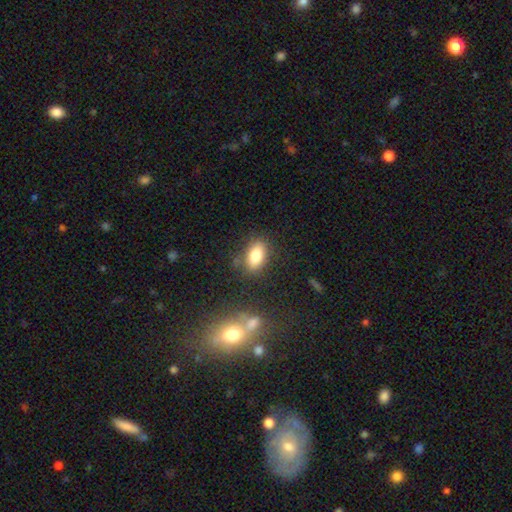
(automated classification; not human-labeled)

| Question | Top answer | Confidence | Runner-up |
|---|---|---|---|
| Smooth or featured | smooth | 81% | featured or disk (10%) |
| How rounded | in between | 88% | round (7%) |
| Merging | none | 78% | minor disturbance (14%) |